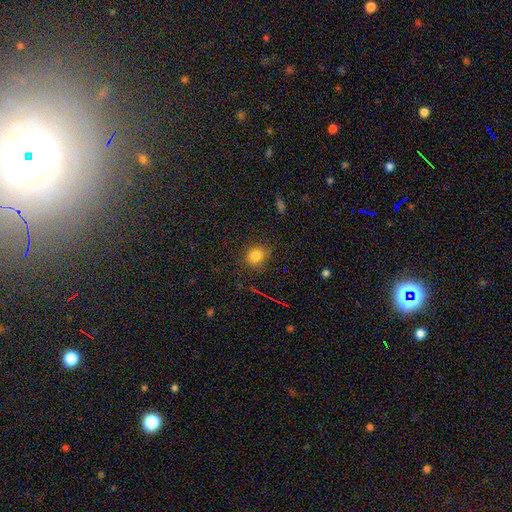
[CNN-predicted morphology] smooth 79%, star or artifact 15%, featured or disk 6%. Down the decision tree: how rounded — round (79%); merging — none (81%).